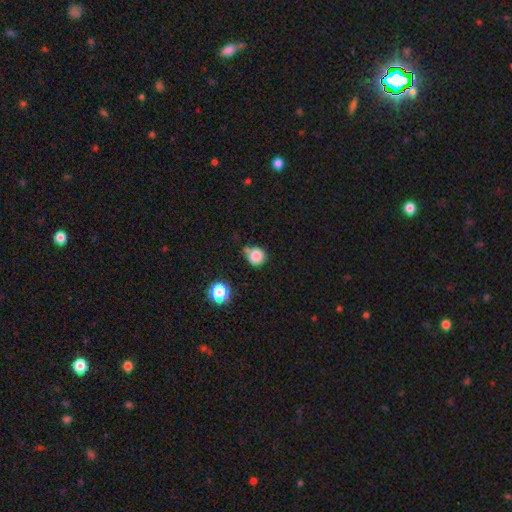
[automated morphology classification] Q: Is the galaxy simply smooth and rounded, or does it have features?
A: smooth — 84%.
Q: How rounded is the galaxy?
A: round — 92%.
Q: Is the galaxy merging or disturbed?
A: none — 66%.